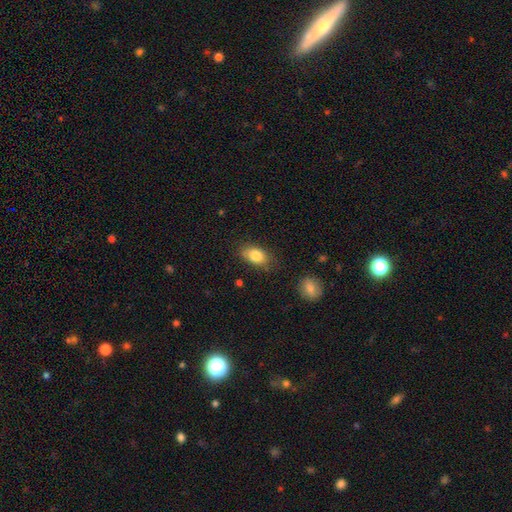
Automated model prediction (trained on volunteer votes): Smooth or featured: smooth — 84% (featured or disk — 8%)
How rounded: in between — 88% (round — 10%)
Merging: none — 77% (minor disturbance — 17%)